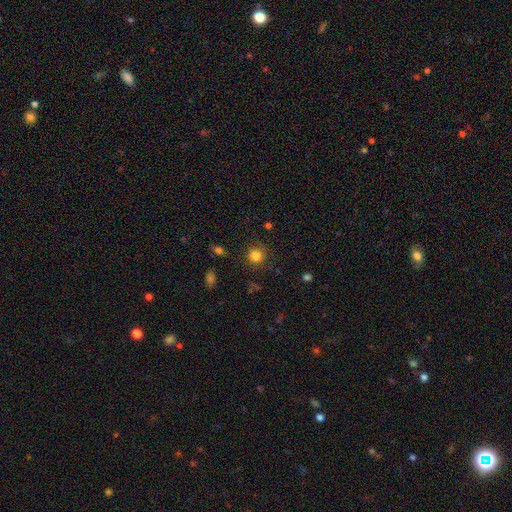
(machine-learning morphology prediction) Overall: smooth (82%). How rounded: round (93%). Merging: none (87%).